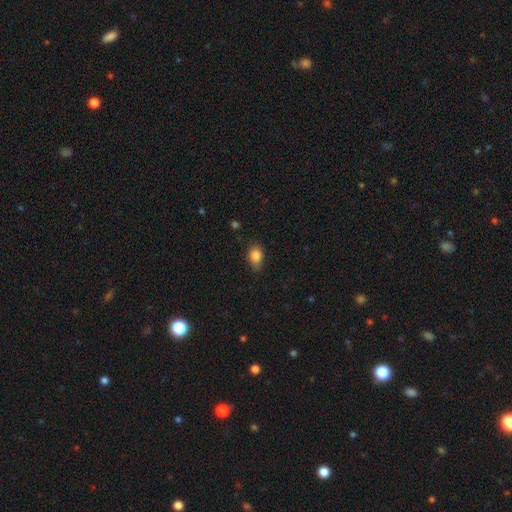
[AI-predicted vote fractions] A smooth galaxy with no disk features (85%) that is in between round and cigar-shaped (72%).

Vote fractions:
- Smooth or featured? smooth: 85% / star or artifact: 9% / featured or disk: 6%
- How rounded? in between: 72% / round: 26% / cigar-shaped: 2%
- Merging? none: 74% / minor disturbance: 21% / major disturbance: 4% / merger: 1%